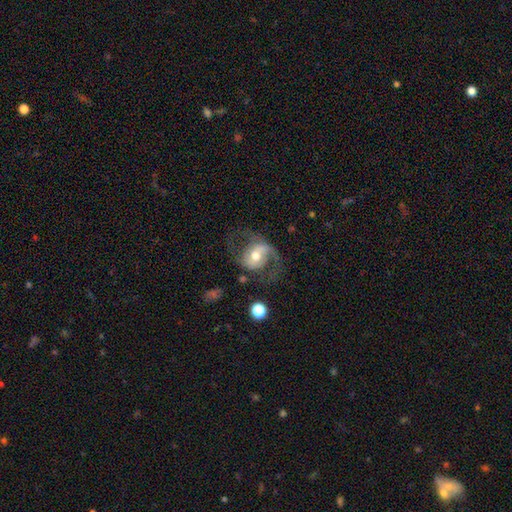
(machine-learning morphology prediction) featured or disk 74%, smooth 19%, star or artifact 7%. Down the decision tree: edge-on disk — no (97%); bar — no (46%); spiral arms — yes (87%); spiral arm count — 2 (77%); spiral winding — medium (46%); bulge size — moderate (70%); merging — none (50%).